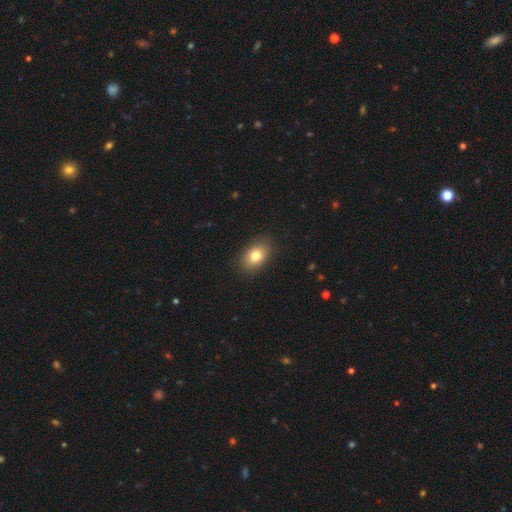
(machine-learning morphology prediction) smooth_or_featured: smooth (p=0.80) [alt: featured or disk p=0.10]
how_rounded: in between (p=0.81) [alt: round p=0.17]
merging: none (p=0.88) [alt: minor disturbance p=0.09]